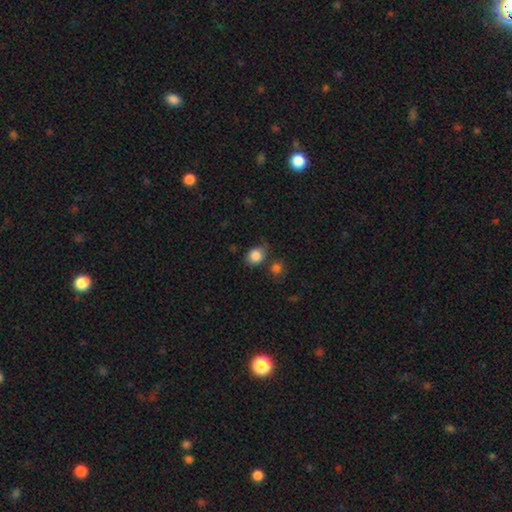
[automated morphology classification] Q: Smooth or featured?
A: smooth (85%); runner-up: star or artifact (9%)
Q: How rounded?
A: round (63%); runner-up: in between (36%)
Q: Merging?
A: none (63%); runner-up: minor disturbance (22%)